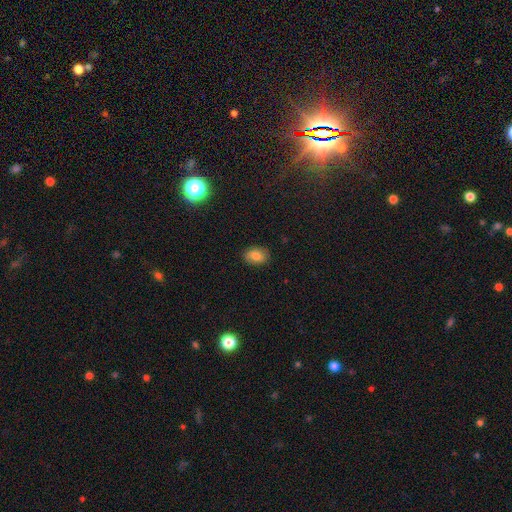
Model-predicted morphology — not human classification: A smooth galaxy with no disk features (80%) that is in between round and cigar-shaped (80%). Merging: none (87%).